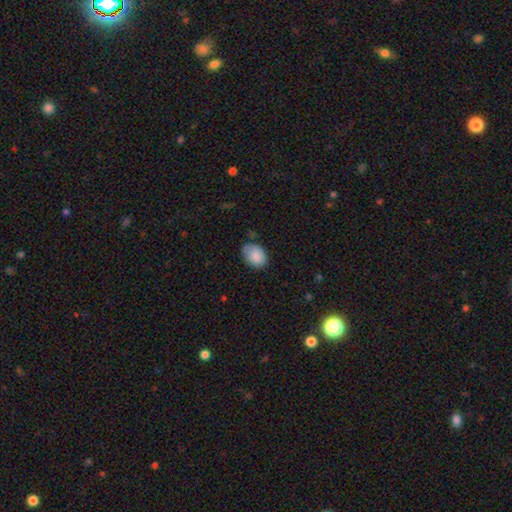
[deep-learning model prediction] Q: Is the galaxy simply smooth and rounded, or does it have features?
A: smooth — 85%.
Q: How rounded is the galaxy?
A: in between — 75%.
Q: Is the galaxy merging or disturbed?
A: none — 62%.